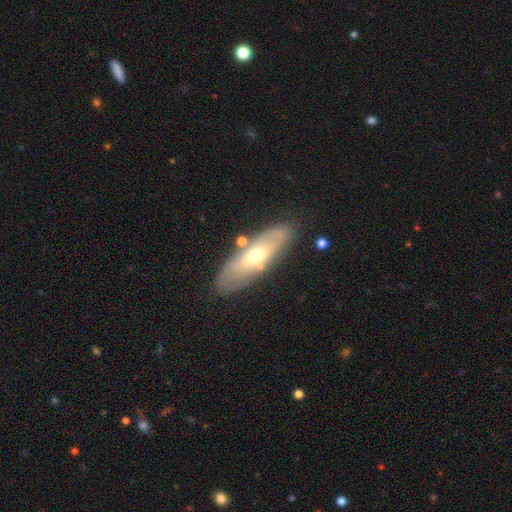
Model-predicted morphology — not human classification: This is possibly a featured or disk galaxy (56%). It is likely not viewed edge-on (67%). Merging: likely none (79%).